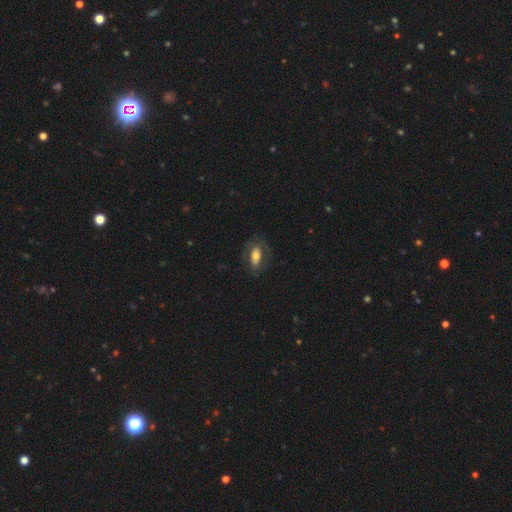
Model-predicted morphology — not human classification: smooth 54%, featured or disk 38%, star or artifact 8%. Down the decision tree: how rounded — in between (85%); merging — none (70%).